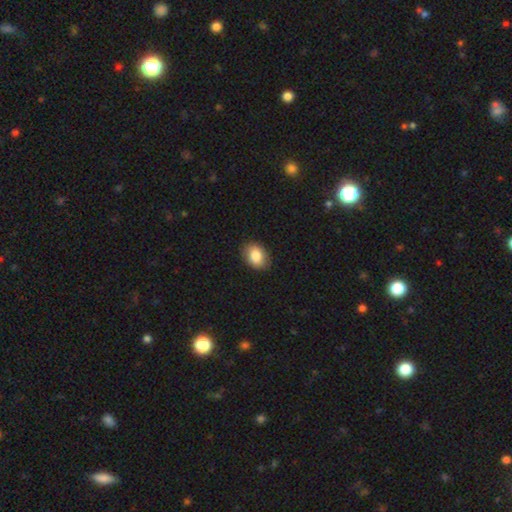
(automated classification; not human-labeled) This is clearly a smooth galaxy (85%). How rounded: likely in between (71%). Merging: clearly none (86%).